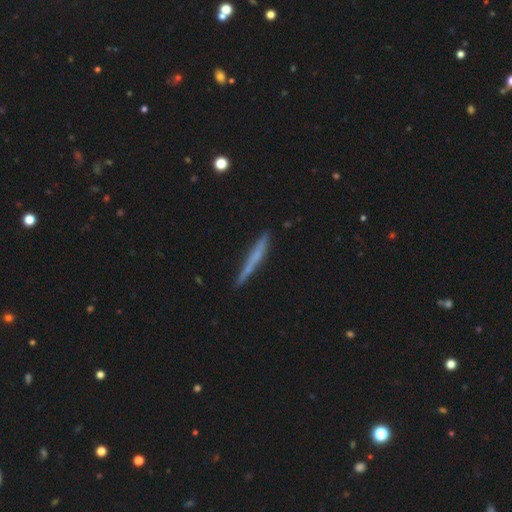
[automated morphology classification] smooth 49%, featured or disk 45%, star or artifact 6%. Down the decision tree: merging — none (81%).